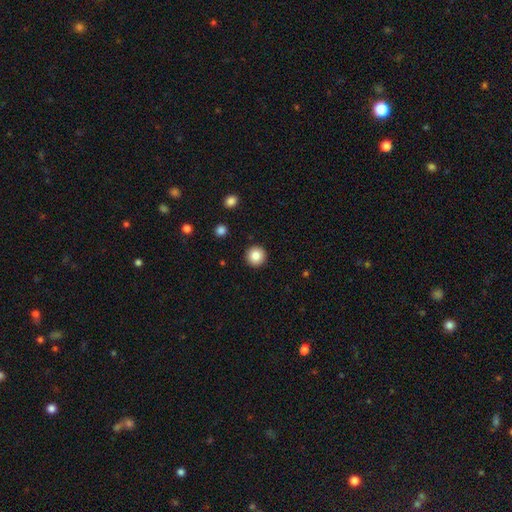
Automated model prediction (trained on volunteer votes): Smooth or featured?
  - smooth: 85% *
  - star or artifact: 9%
  - featured or disk: 6%
How rounded?
  - round: 96% *
  - in between: 3%
  - cigar-shaped: 1%
Merging?
  - none: 93% *
  - minor disturbance: 4%
  - major disturbance: 2%
  - merger: 1%